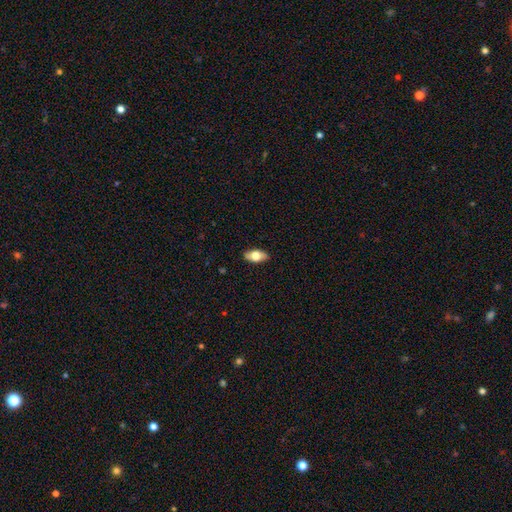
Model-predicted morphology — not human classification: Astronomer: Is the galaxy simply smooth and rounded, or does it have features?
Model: smooth — 69%.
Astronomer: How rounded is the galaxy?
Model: in between — 88%.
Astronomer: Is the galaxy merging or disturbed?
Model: none — 88%.